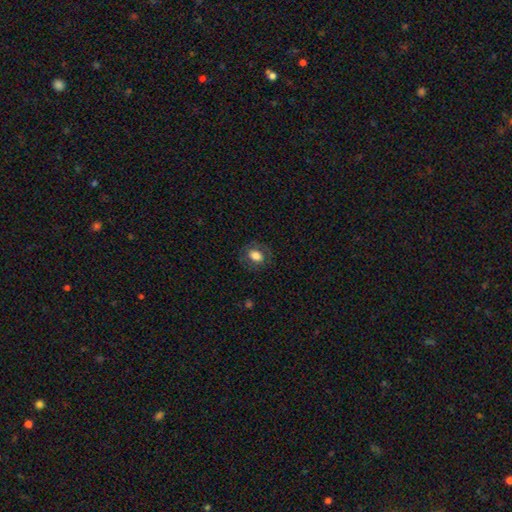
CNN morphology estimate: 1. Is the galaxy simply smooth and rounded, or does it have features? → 72% smooth, 19% featured or disk, 9% star or artifact.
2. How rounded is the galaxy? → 65% in between, 33% round, 1% cigar-shaped.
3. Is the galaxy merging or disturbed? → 78% none, 14% minor disturbance, 7% major disturbance, 1% merger.